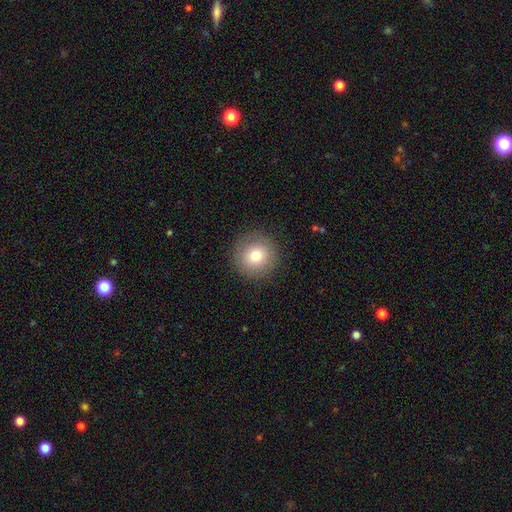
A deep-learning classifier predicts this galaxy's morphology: This is likely a smooth galaxy (77%). How rounded: clearly round (95%). Merging: clearly none (90%).